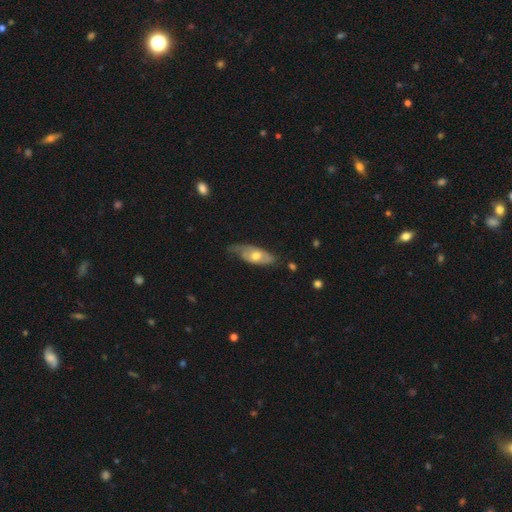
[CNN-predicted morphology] A featured or disk galaxy (49%).

Vote fractions:
- Smooth or featured? featured or disk: 49% / smooth: 45% / star or artifact: 6%
- Merging? none: 48% / minor disturbance: 36% / major disturbance: 14% / merger: 2%